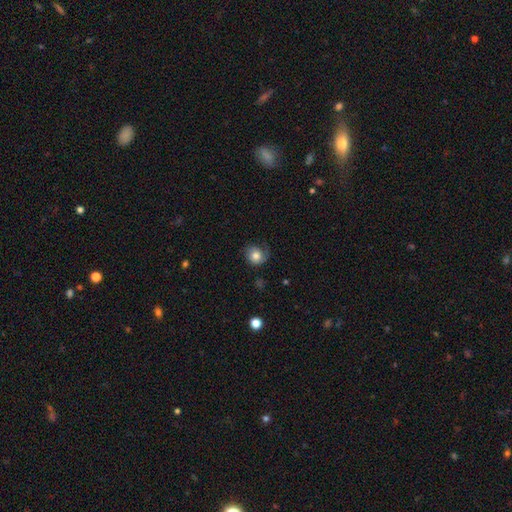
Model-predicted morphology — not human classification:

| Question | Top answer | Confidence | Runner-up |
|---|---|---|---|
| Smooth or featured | smooth | 70% | featured or disk (21%) |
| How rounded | round | 78% | in between (21%) |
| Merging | none | 57% | minor disturbance (27%) |